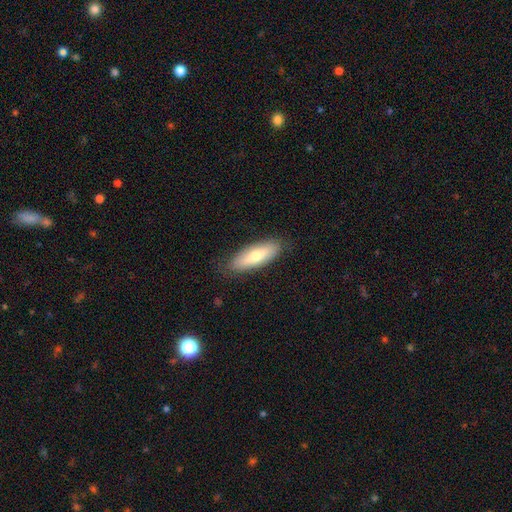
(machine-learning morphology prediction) Smooth or featured?
  - smooth: 65% *
  - featured or disk: 29%
  - star or artifact: 6%
How rounded?
  - in between: 60% *
  - cigar-shaped: 38%
  - round: 2%
Merging?
  - none: 85% *
  - minor disturbance: 11%
  - major disturbance: 2%
  - merger: 1%